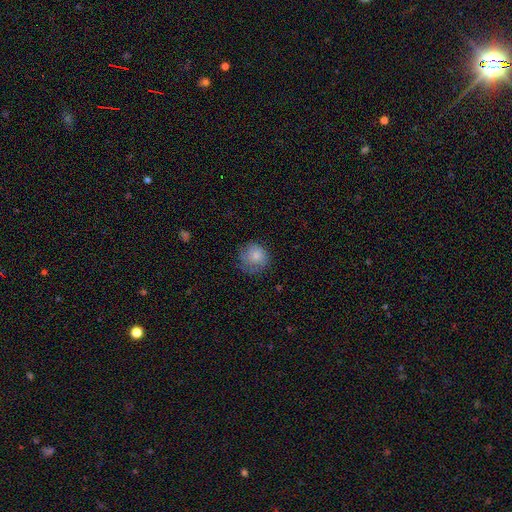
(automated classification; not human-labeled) Smooth or featured: smooth — 74% (featured or disk — 18%)
How rounded: round — 88% (in between — 11%)
Merging: none — 64% (minor disturbance — 25%)